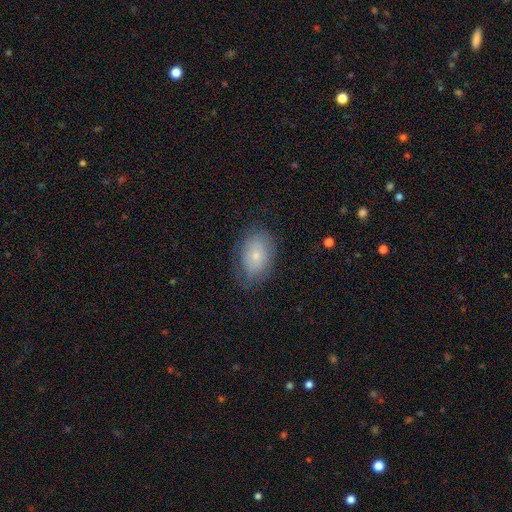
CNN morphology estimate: A smooth galaxy with no disk features (66%) that is in between round and cigar-shaped (84%). Merging: none (69%).